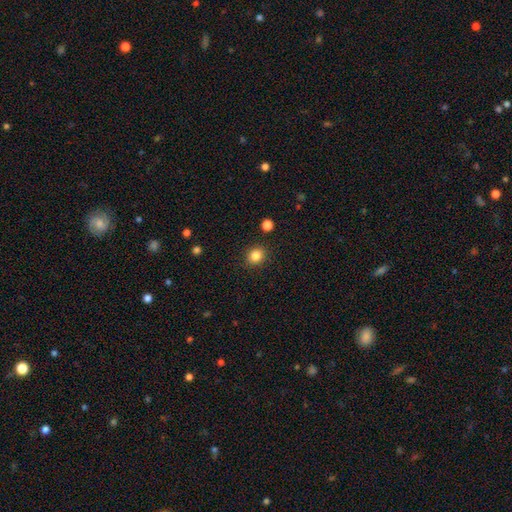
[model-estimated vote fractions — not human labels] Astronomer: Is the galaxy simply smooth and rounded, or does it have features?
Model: smooth — 84%.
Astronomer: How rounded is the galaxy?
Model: round — 74%.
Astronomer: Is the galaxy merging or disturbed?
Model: none — 89%.